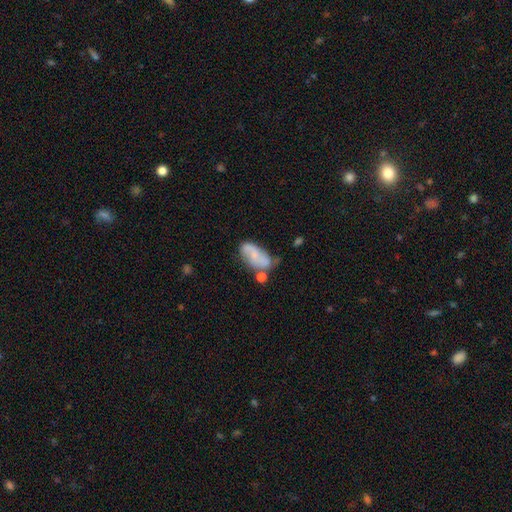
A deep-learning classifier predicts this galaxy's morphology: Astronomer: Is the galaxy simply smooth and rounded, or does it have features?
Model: smooth — 50% (runner-up: featured or disk, 42%).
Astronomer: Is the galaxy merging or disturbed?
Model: none — 38% (runner-up: minor disturbance, 28%).